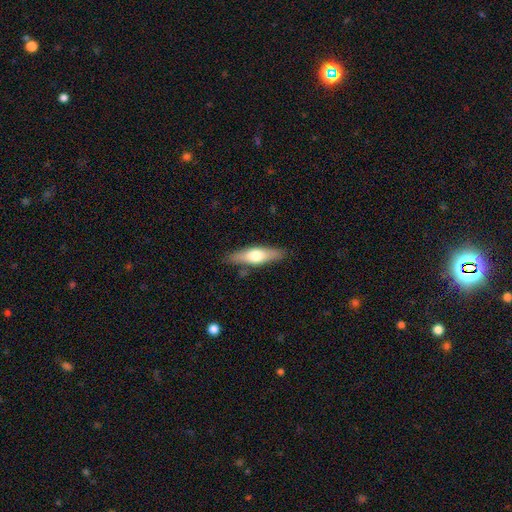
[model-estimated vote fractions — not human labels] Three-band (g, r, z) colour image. It shows a smooth galaxy with no disk features (54%) that is cigar-shaped (59%). Merging: none (84%).